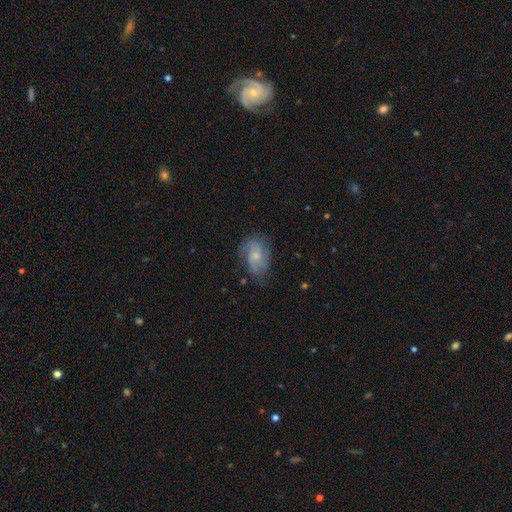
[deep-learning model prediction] This appears to be a featured or disk galaxy (58%) with no bar (70%), spiral arms (82%) and a small central bulge (56%). Merging: none (60%).